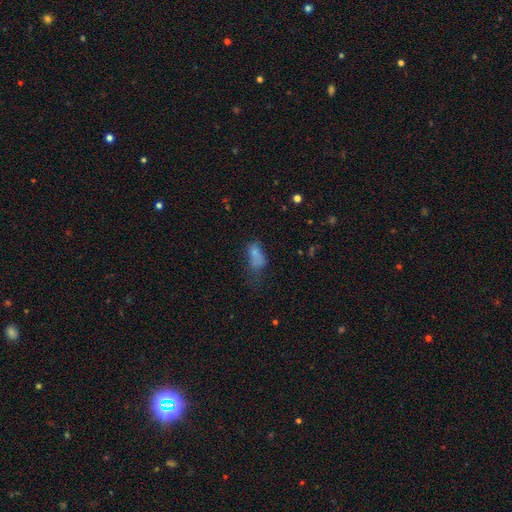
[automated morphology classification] A smooth galaxy with no disk features (69%) that is in between round and cigar-shaped (85%).

Vote fractions:
- Smooth or featured? smooth: 69% / featured or disk: 16% / star or artifact: 15%
- How rounded? in between: 85% / round: 9% / cigar-shaped: 6%
- Merging? major disturbance: 40% / minor disturbance: 24% / none: 23% / merger: 13%